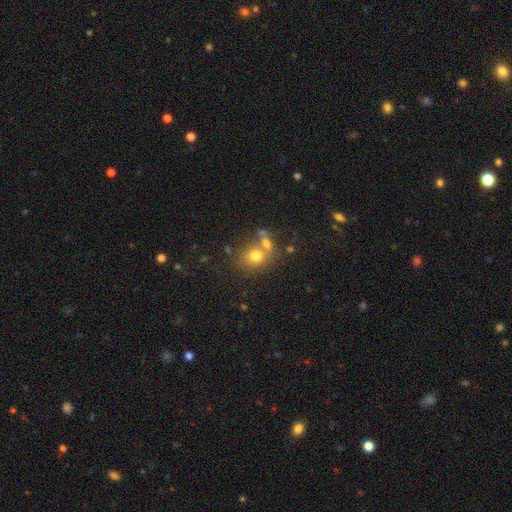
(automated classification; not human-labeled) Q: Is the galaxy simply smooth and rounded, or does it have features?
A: smooth — 73%.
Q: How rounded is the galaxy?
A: round — 67%.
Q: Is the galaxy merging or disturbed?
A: none — 49%.